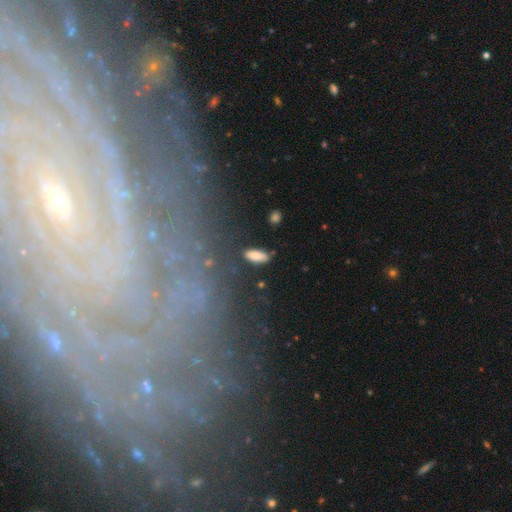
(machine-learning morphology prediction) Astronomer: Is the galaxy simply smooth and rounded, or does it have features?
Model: smooth — 85%.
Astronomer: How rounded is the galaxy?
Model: in between — 73%.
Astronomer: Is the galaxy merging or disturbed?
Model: none — 82%.